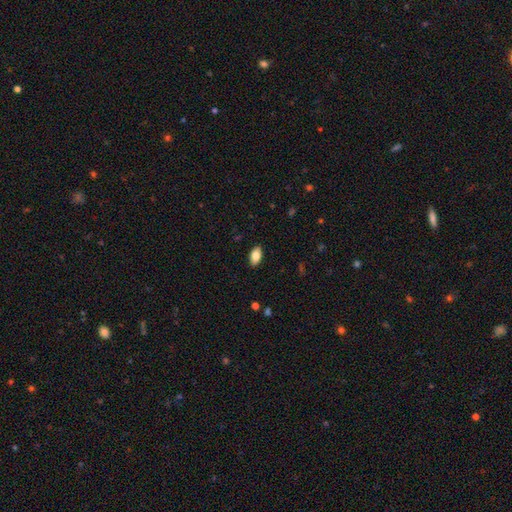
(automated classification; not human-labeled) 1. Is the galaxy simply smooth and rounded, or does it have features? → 83% smooth, 10% featured or disk, 7% star or artifact.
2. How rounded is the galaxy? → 93% in between, 4% round, 3% cigar-shaped.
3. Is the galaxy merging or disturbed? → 89% none, 8% minor disturbance, 2% major disturbance, 1% merger.